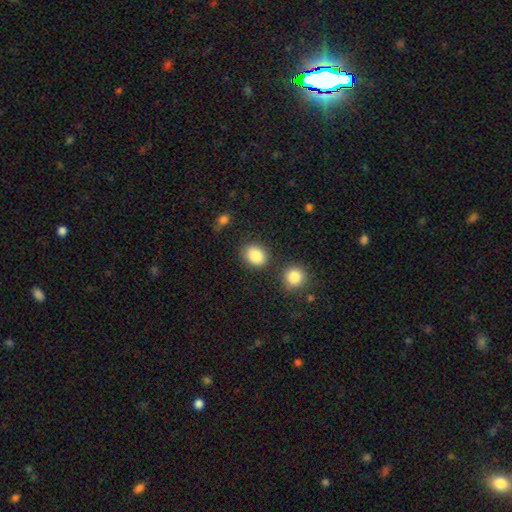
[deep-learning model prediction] The model was most divided on "how rounded": round: 52%, in between: 47%, cigar-shaped: 1%. More confident: smooth or featured — smooth (87%); merging — none (78%).